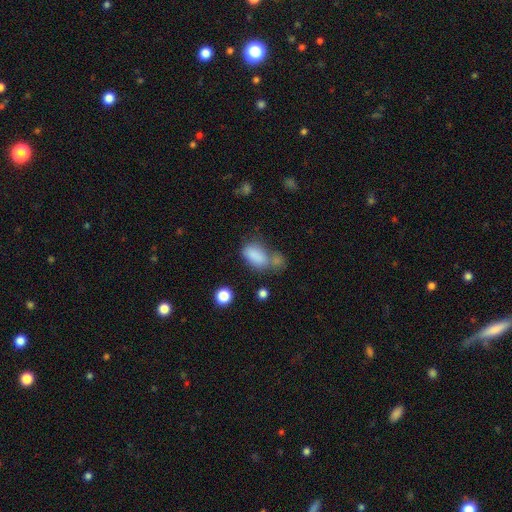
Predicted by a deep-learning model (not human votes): smooth_or_featured: smooth (p=0.82) [alt: star or artifact p=0.10]
how_rounded: in between (p=0.89) [alt: round p=0.08]
merging: merger (p=0.39) [alt: none p=0.33]